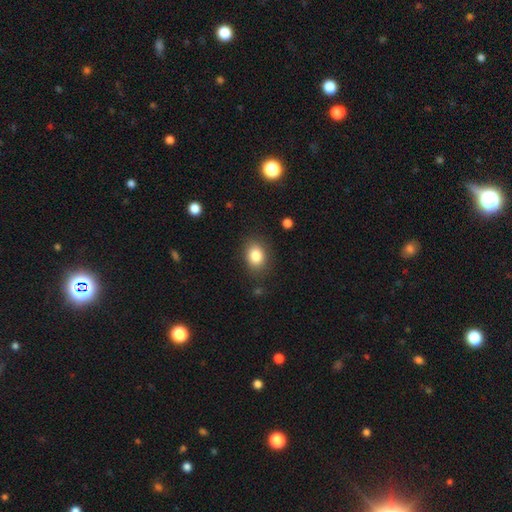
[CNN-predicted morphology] The model was most divided on "how rounded": in between: 62%, round: 37%, cigar-shaped: 1%. More confident: merging — none (84%); smooth or featured — smooth (83%).